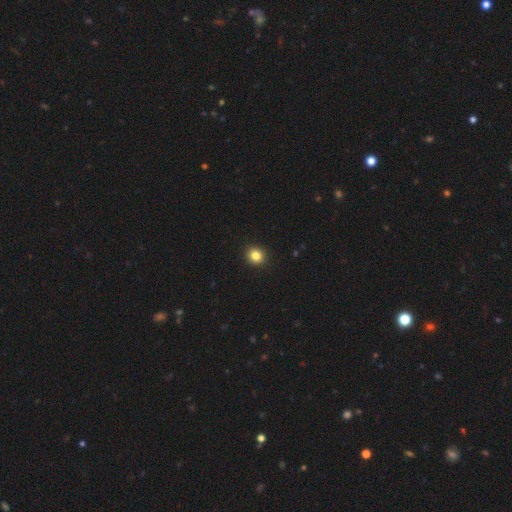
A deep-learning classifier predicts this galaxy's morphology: Q: Smooth or featured?
A: smooth (84%); runner-up: star or artifact (11%)
Q: How rounded?
A: round (86%); runner-up: in between (13%)
Q: Merging?
A: none (93%); runner-up: minor disturbance (4%)